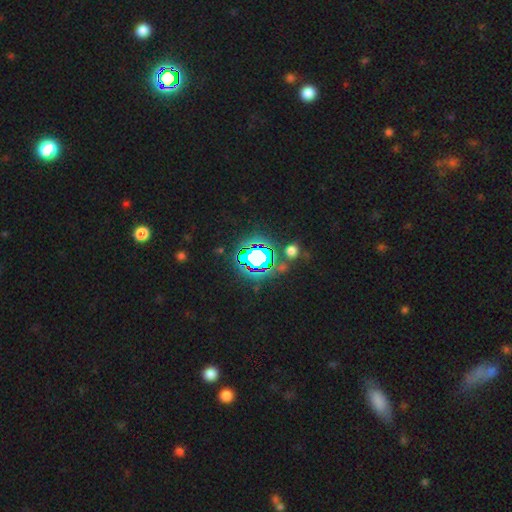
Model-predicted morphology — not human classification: type=star or artifact (77%).